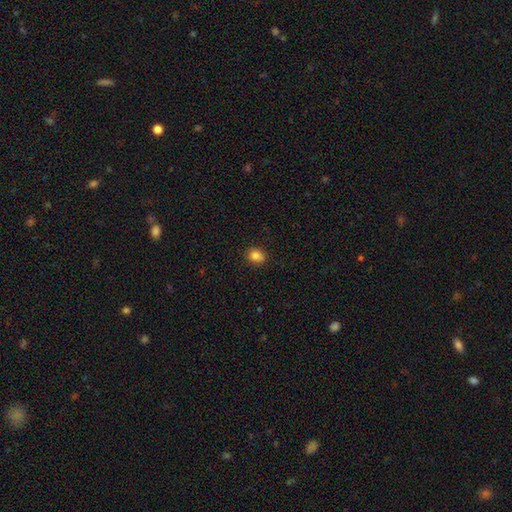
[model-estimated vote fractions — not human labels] smooth-or-featured: smooth: 84% | star or artifact: 11% | featured or disk: 5%
  how-rounded: round: 51% | in between: 48% | cigar-shaped: 1%
  merging: none: 85% | minor disturbance: 11% | major disturbance: 2% | merger: 1%